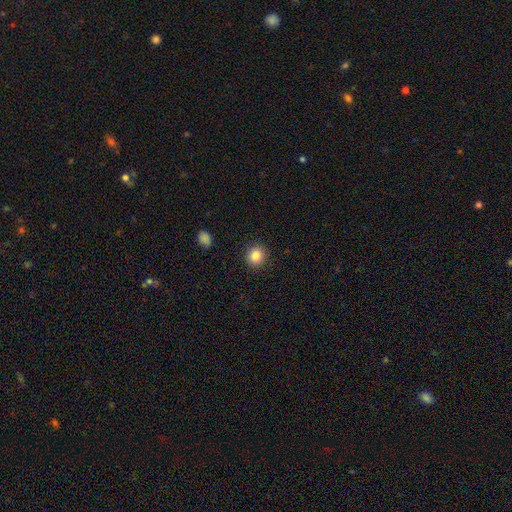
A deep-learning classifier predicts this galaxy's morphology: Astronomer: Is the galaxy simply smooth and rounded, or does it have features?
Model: smooth — 85%.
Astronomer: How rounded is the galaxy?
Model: round — 89%.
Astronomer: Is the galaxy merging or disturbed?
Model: none — 90%.